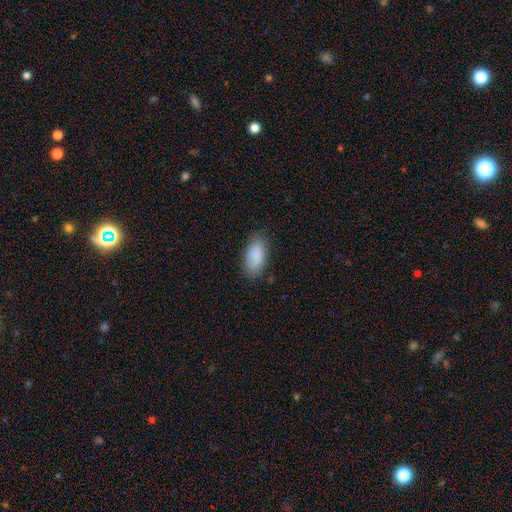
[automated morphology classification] Q: Smooth or featured?
A: smooth (89%); runner-up: star or artifact (6%)
Q: How rounded?
A: in between (93%); runner-up: cigar-shaped (5%)
Q: Merging?
A: none (81%); runner-up: minor disturbance (14%)